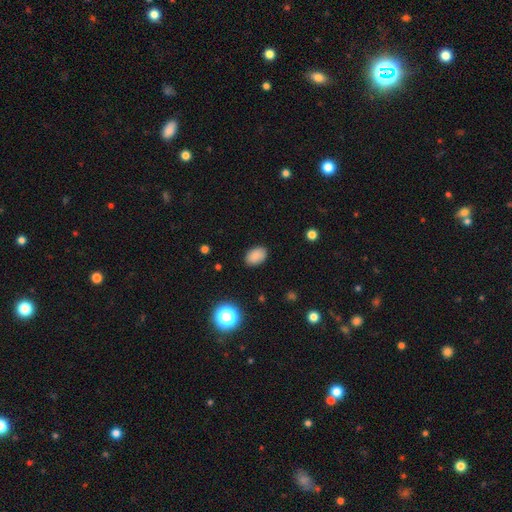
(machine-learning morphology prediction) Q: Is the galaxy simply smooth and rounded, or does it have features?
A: smooth — 86%.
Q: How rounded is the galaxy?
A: in between — 85%.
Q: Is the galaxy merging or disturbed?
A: none — 87%.